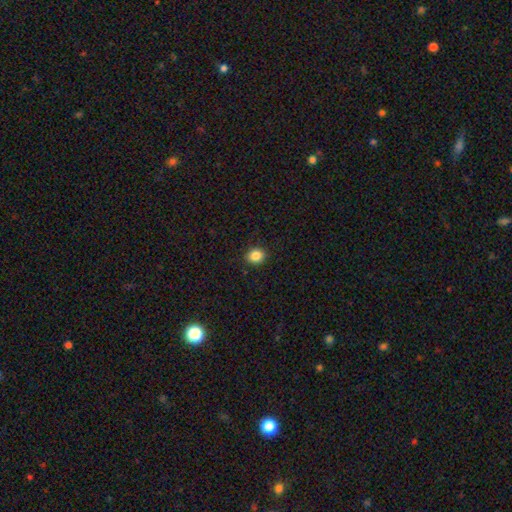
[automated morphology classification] Overall: smooth (85%). How rounded: round (75%). Merging: none (90%).